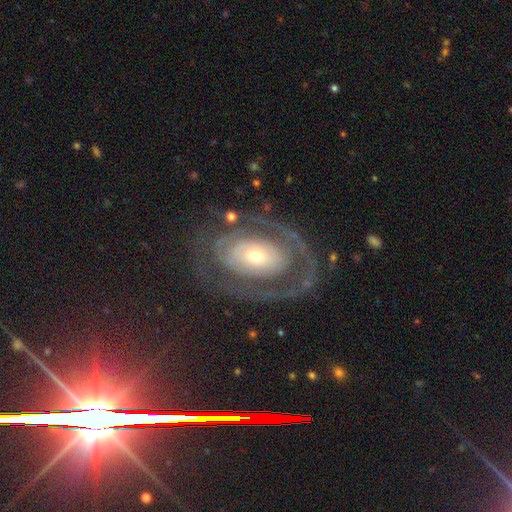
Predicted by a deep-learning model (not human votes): smooth-or-featured: featured or disk: 75% | smooth: 19% | star or artifact: 6%
  disk-edge-on: no: 95% | yes: 5%
    bar: no: 78% | weak: 16% | strong: 7%
    has-spiral-arms: yes: 57% | no: 43%
    bulge-size: moderate: 46% | small: 43% | large: 7% | dominant: 2% | none: 1%
  merging: none: 67% | major disturbance: 16% | minor disturbance: 15% | merger: 2%